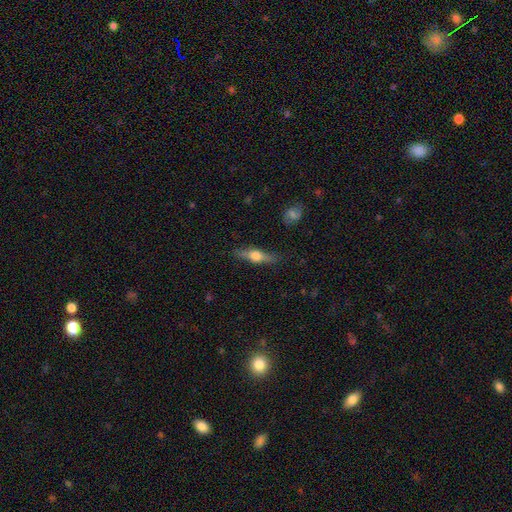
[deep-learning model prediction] Morphology: type=featured or disk (59%); edge-on=yes (94%); edge-on bulge=rounded (94%); merging=none (84%).